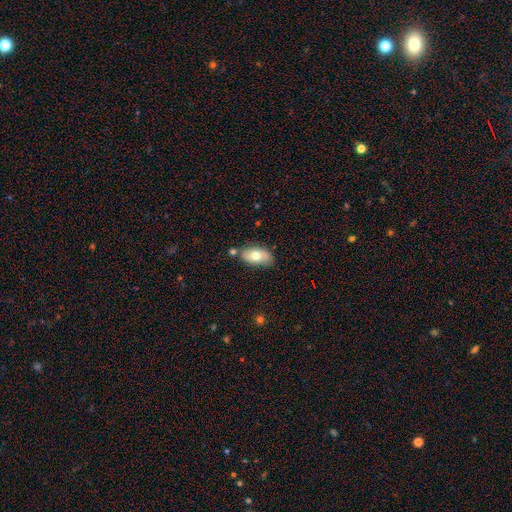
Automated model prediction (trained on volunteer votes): This is likely a smooth galaxy (67%). How rounded: clearly in between (93%). Merging: likely none (72%).